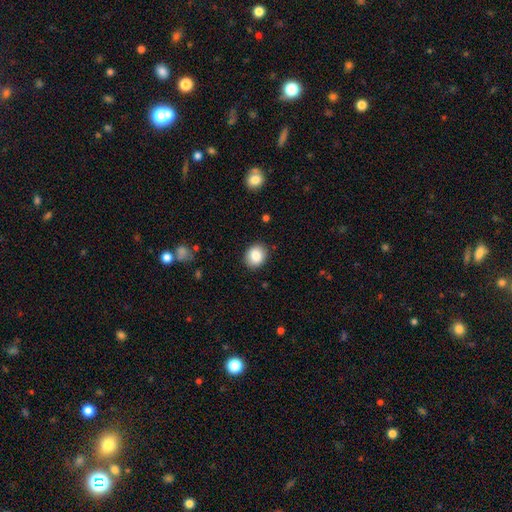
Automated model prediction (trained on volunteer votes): Smooth or featured?
  - smooth: 84% *
  - star or artifact: 8%
  - featured or disk: 7%
How rounded?
  - round: 60% *
  - in between: 39%
  - cigar-shaped: 1%
Merging?
  - none: 89% *
  - minor disturbance: 8%
  - major disturbance: 2%
  - merger: 1%